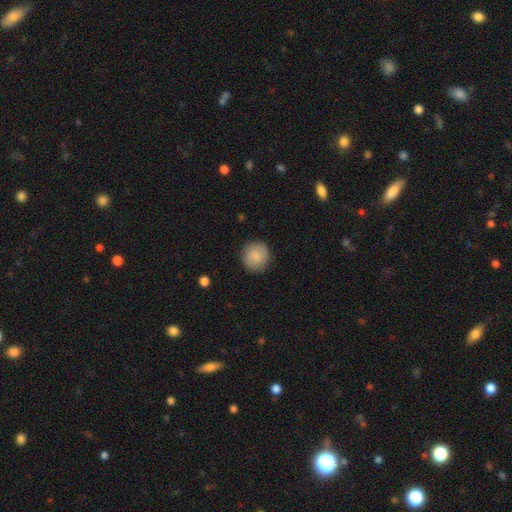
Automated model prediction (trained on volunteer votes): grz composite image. It shows a smooth galaxy with no disk features (80%) that is round (91%). Merging: none (86%).